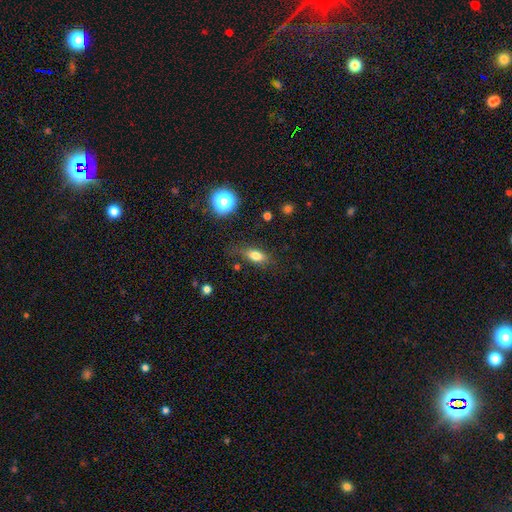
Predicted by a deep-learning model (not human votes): smooth_or_featured: smooth (p=0.77) [alt: featured or disk p=0.12]
how_rounded: in between (p=0.76) [alt: cigar-shaped p=0.15]
merging: none (p=0.73) [alt: minor disturbance p=0.18]